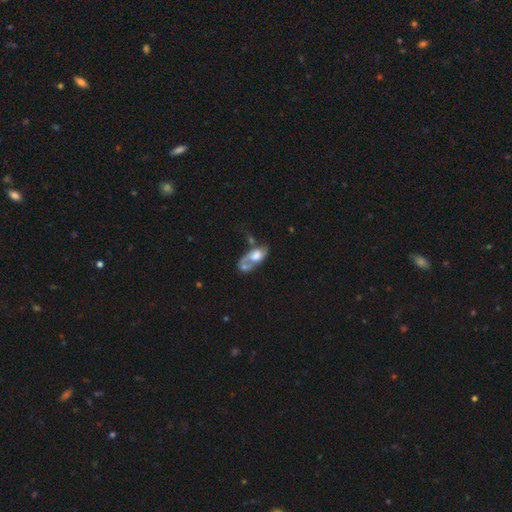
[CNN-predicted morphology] smooth-or-featured: smooth: 46% (tied) | featured or disk: 46% (tied) | star or artifact: 8%
  merging: merger: 45% | major disturbance: 21% | none: 20% | minor disturbance: 13%